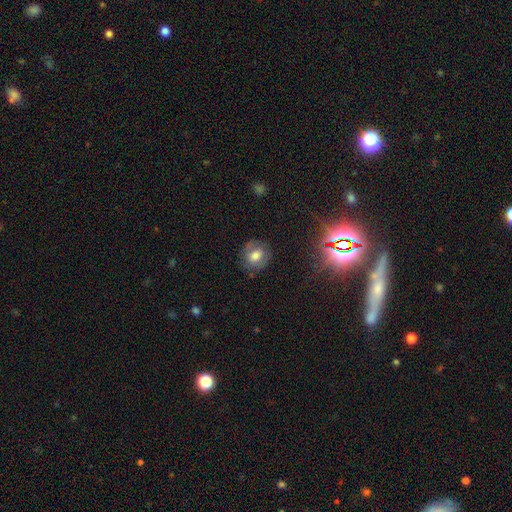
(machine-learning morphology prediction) smooth_or_featured: smooth (p=0.63) [alt: featured or disk p=0.24]
how_rounded: round (p=0.74) [alt: in between p=0.25]
merging: none (p=0.78) [alt: minor disturbance p=0.15]